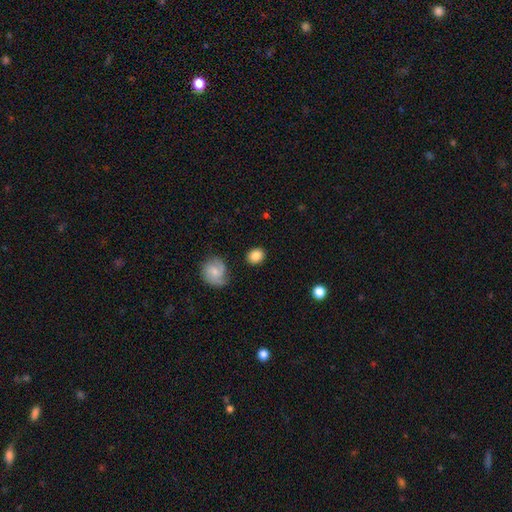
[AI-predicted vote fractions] Smooth or featured? Predicted: smooth (p=0.84). How rounded? Predicted: round (p=0.69). Merging? Predicted: none (p=0.84).